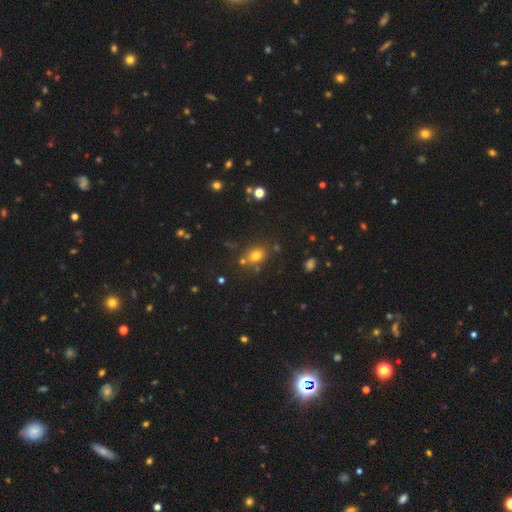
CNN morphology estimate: type=smooth (73%); roundness=round (53%); merging=none (73%).